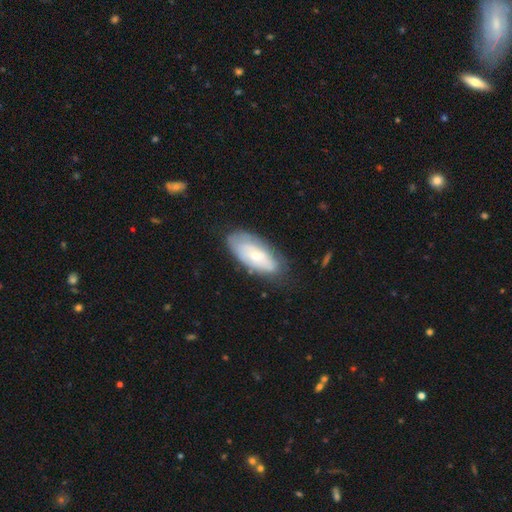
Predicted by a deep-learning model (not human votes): Q: Smooth or featured?
A: smooth (48%); runner-up: featured or disk (46%)
Q: Merging?
A: none (73%); runner-up: minor disturbance (20%)